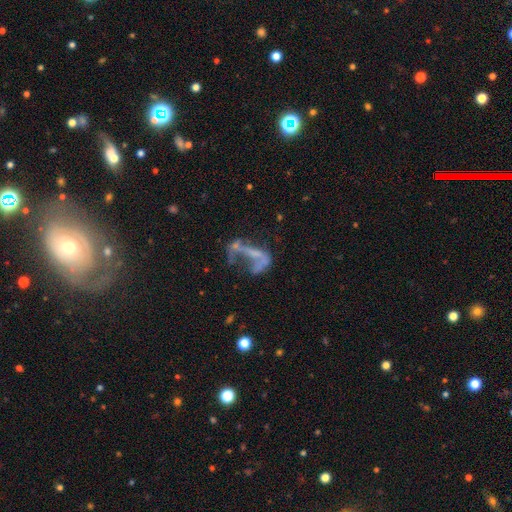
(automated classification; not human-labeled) A featured or disk galaxy (60%) with no bar (69%), no spiral arms (76%) and no central bulge (74%).

Vote fractions:
- Smooth or featured? featured or disk: 60% / smooth: 24% / star or artifact: 17%
- Edge-on disk? no: 92% / yes: 8%
- Bar? no: 69% / strong: 16% / weak: 15%
- Spiral arms? no: 76% / yes: 24%
- Bulge size? none: 74% / small: 16% / moderate: 7% / large: 2% / dominant: 1%
- Merging? major disturbance: 47% / none: 23% / merger: 17% / minor disturbance: 13%